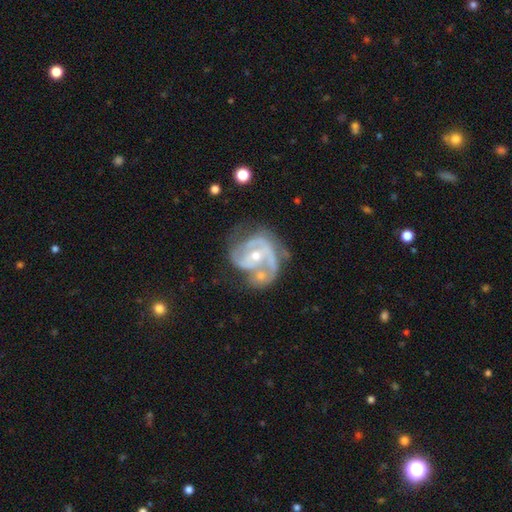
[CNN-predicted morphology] A featured or disk galaxy (85%) with no bar (44%), 2 (53%) medium (46%) spiral arms (90%) and a moderate central bulge (50%). Merging: none (33%).